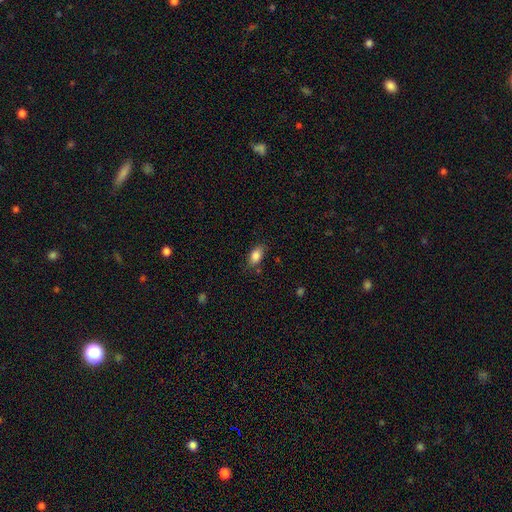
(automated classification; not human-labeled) Smooth or featured: smooth — 85% (star or artifact — 8%)
How rounded: in between — 87% (round — 9%)
Merging: none — 80% (minor disturbance — 15%)